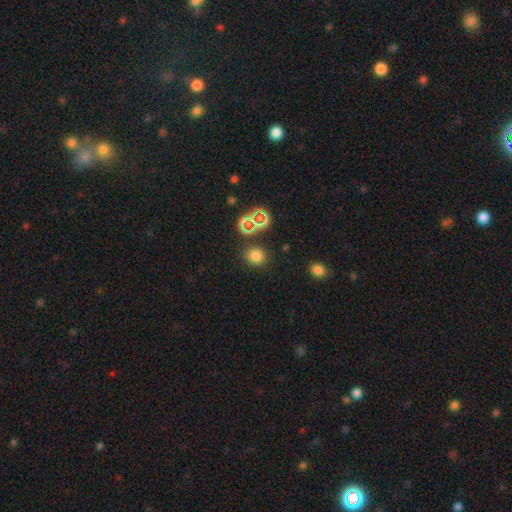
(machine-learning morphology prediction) smooth-or-featured: smooth: 74% | star or artifact: 20% | featured or disk: 6%
  how-rounded: round: 77% | in between: 22% | cigar-shaped: 1%
  merging: none: 84% | minor disturbance: 9% | merger: 4% | major disturbance: 3%